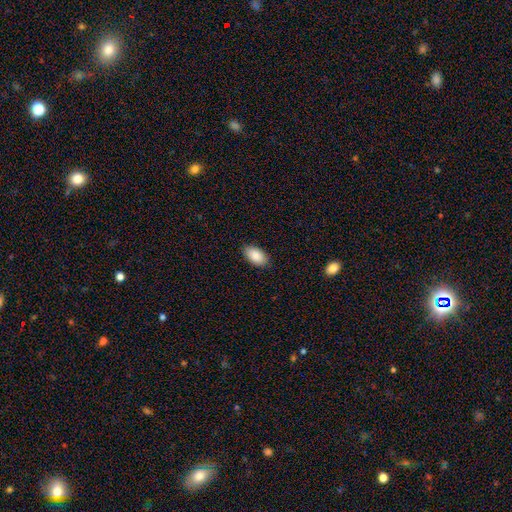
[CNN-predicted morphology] smooth 88%, star or artifact 6%, featured or disk 5%. Down the decision tree: how rounded — in between (94%); merging — none (87%).